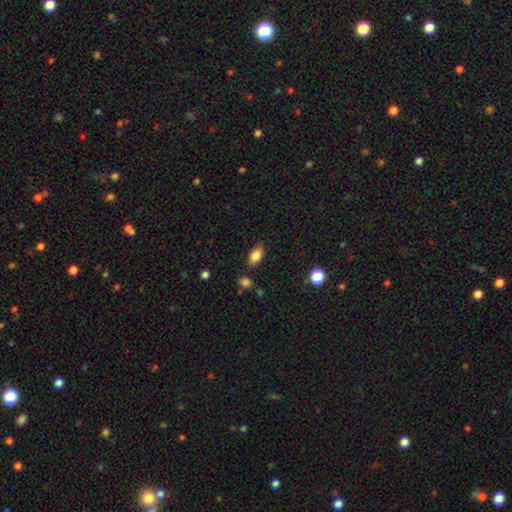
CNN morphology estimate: Q: Smooth or featured?
A: smooth (85%); runner-up: star or artifact (8%)
Q: How rounded?
A: in between (90%); runner-up: round (5%)
Q: Merging?
A: none (81%); runner-up: minor disturbance (14%)